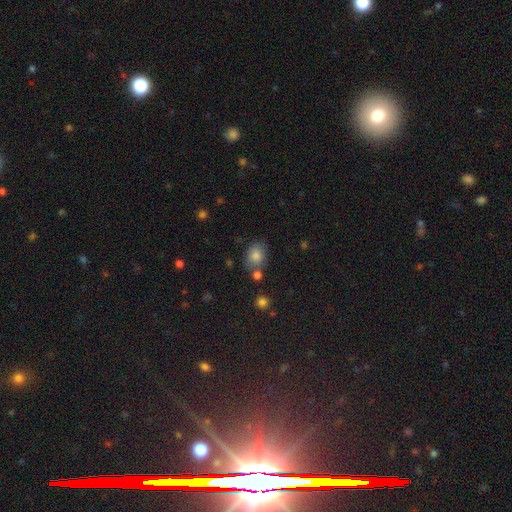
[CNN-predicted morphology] This appears to be a smooth galaxy with no disk features (83%) that is in between round and cigar-shaped (50%). Merging: none (68%).